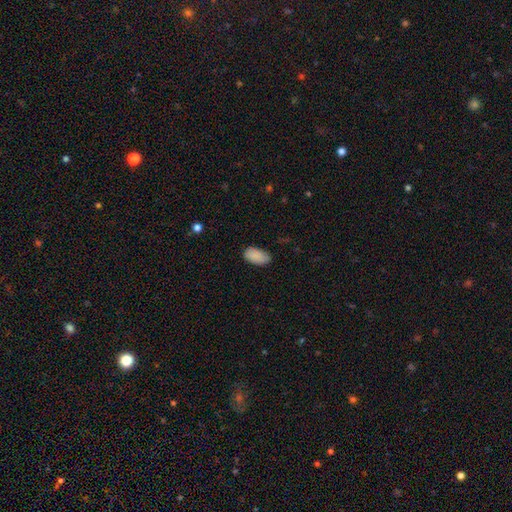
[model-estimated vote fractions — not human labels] Morphology: type=smooth (88%); roundness=in between (94%); merging=none (77%).